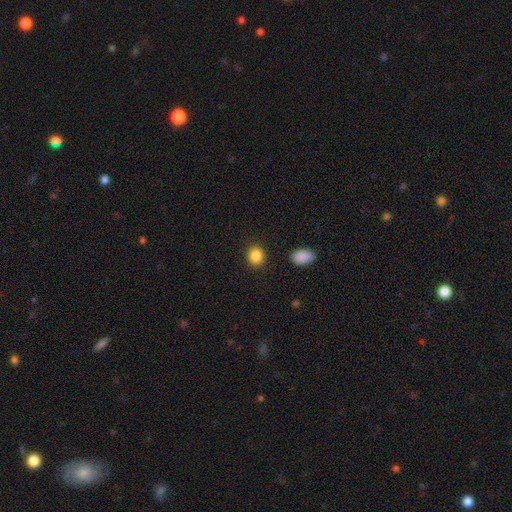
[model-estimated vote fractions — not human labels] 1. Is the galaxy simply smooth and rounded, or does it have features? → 87% smooth, 9% star or artifact, 4% featured or disk.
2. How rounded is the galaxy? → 68% round, 31% in between, 1% cigar-shaped.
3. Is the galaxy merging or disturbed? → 89% none, 7% minor disturbance, 2% major disturbance, 2% merger.